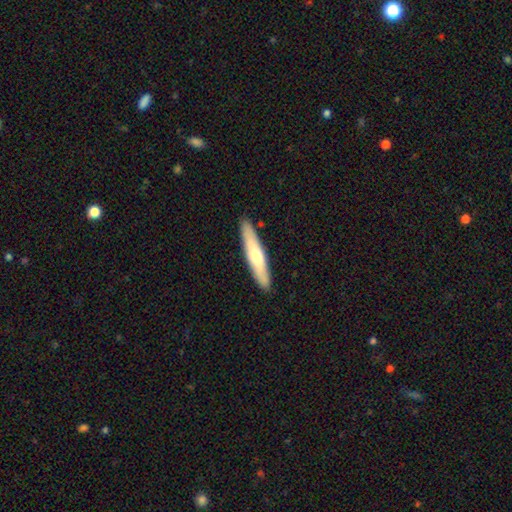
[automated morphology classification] A smooth galaxy with no disk features (57%) that is cigar-shaped (87%). Merging: none (90%).